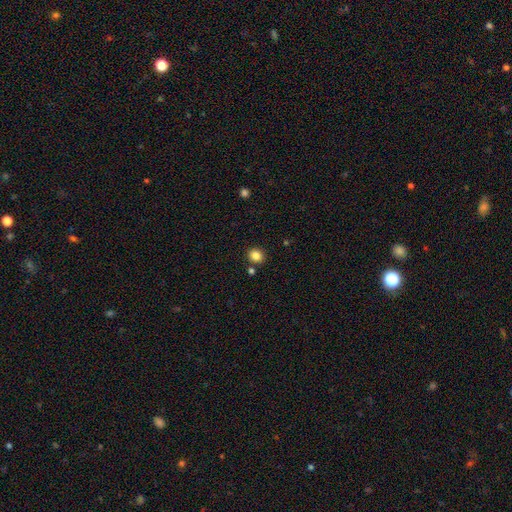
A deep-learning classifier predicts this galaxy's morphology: A smooth galaxy with no disk features (84%) that is round (78%).

Vote fractions:
- Smooth or featured? smooth: 84% / star or artifact: 11% / featured or disk: 5%
- How rounded? round: 78% / in between: 21% / cigar-shaped: 1%
- Merging? none: 86% / minor disturbance: 7% / merger: 5% / major disturbance: 2%